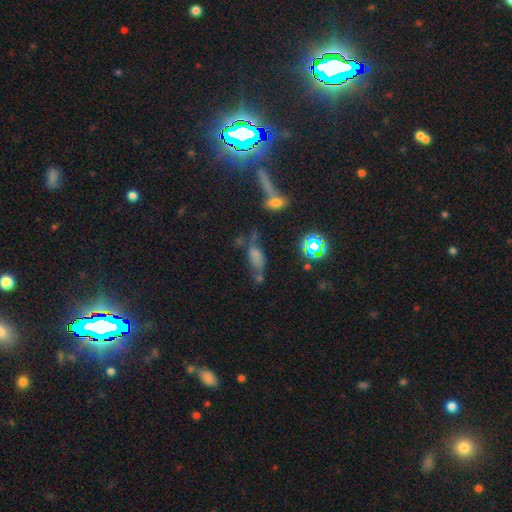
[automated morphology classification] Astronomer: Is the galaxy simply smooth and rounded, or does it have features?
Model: smooth — 53%.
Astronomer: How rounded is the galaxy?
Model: in between — 71%.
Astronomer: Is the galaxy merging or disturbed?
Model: none — 35% (runner-up: merger, 24%).